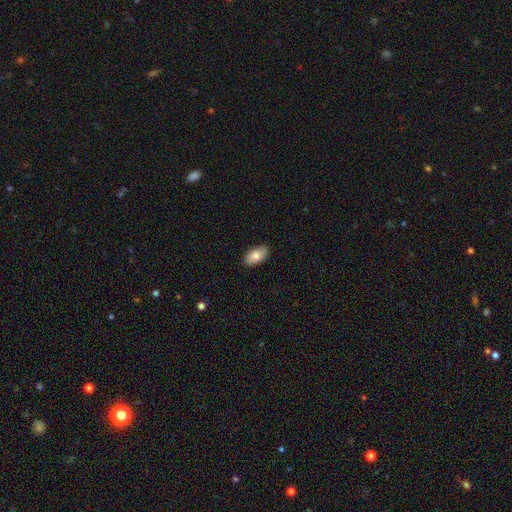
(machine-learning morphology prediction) smooth_or_featured: smooth (p=0.80) [alt: featured or disk p=0.13]
how_rounded: in between (p=0.94) [alt: round p=0.04]
merging: none (p=0.88) [alt: minor disturbance p=0.10]